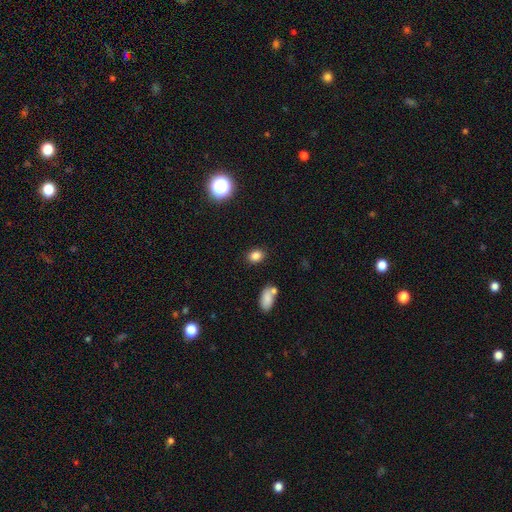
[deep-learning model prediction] Smooth or featured?
  - smooth: 82% *
  - star or artifact: 12%
  - featured or disk: 6%
How rounded?
  - in between: 59% *
  - round: 40%
  - cigar-shaped: 2%
Merging?
  - none: 83% *
  - minor disturbance: 10%
  - merger: 4%
  - major disturbance: 3%